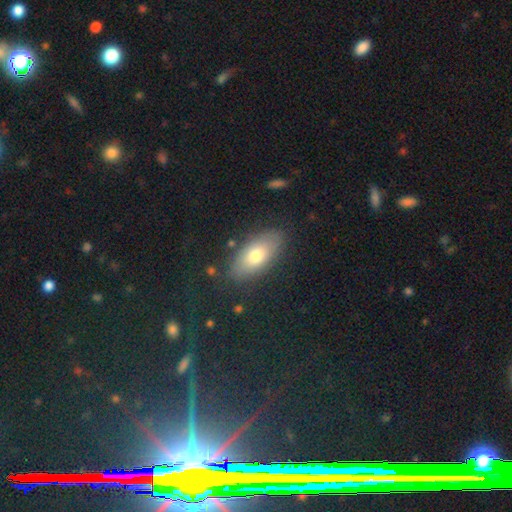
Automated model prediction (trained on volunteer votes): Smooth or featured? smooth (72%)
How rounded? in between (88%)
Merging? none (84%)